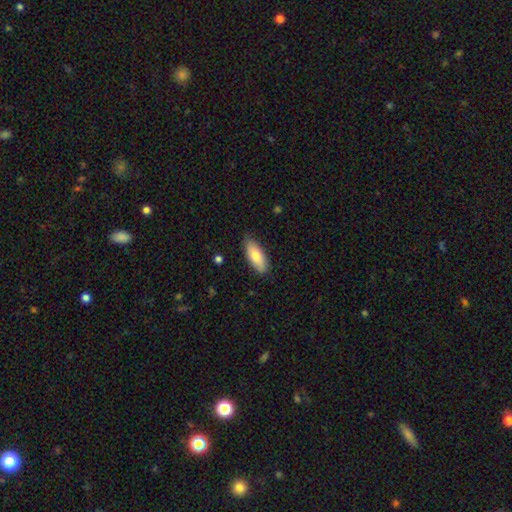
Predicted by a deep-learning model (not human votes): Q: Smooth or featured?
A: smooth (77%); runner-up: featured or disk (17%)
Q: How rounded?
A: in between (80%); runner-up: cigar-shaped (18%)
Q: Merging?
A: none (82%); runner-up: minor disturbance (15%)